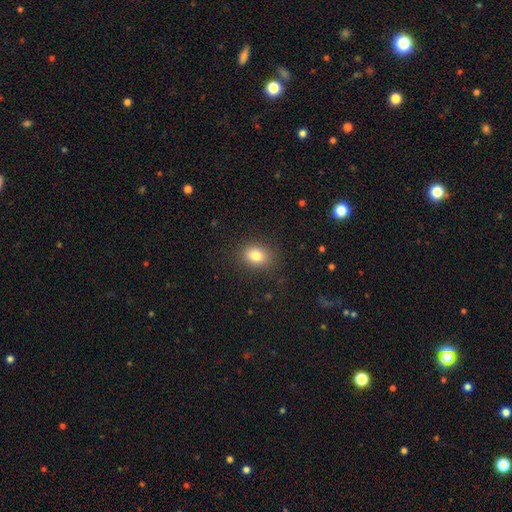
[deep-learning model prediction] smooth-or-featured: smooth: 81% | star or artifact: 11% | featured or disk: 8%
  how-rounded: in between: 56% | round: 43% | cigar-shaped: 1%
  merging: none: 87% | minor disturbance: 9% | major disturbance: 3% | merger: 1%